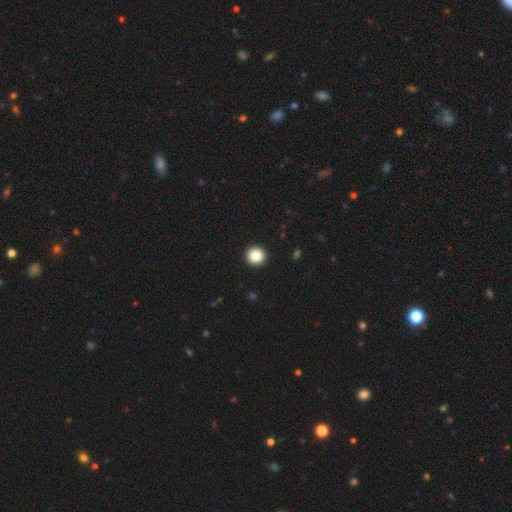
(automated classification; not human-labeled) The model was most divided on "smooth or featured": smooth: 87%, star or artifact: 9%, featured or disk: 3%. More confident: how rounded — round (95%); merging — none (93%).